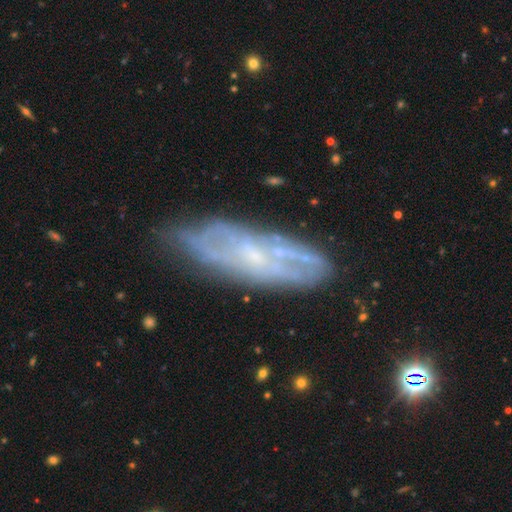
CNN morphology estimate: Q: Smooth or featured?
A: featured or disk (68%); runner-up: smooth (23%)
Q: Edge-on disk?
A: no (73%); runner-up: yes (27%)
Q: Merging?
A: none (69%); runner-up: minor disturbance (20%)